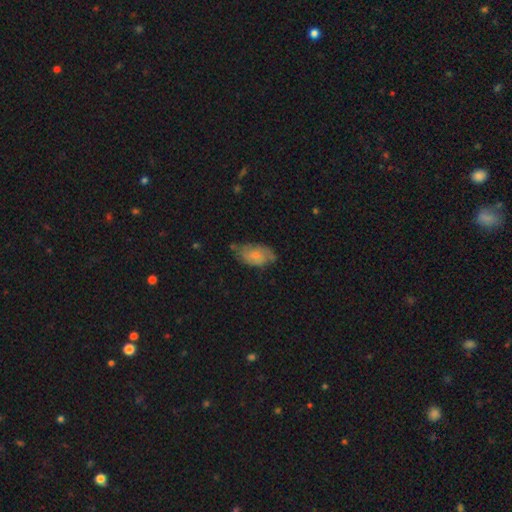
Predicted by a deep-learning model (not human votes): Smooth or featured? Predicted: smooth (p=0.47). Merging? Predicted: none (p=0.56).